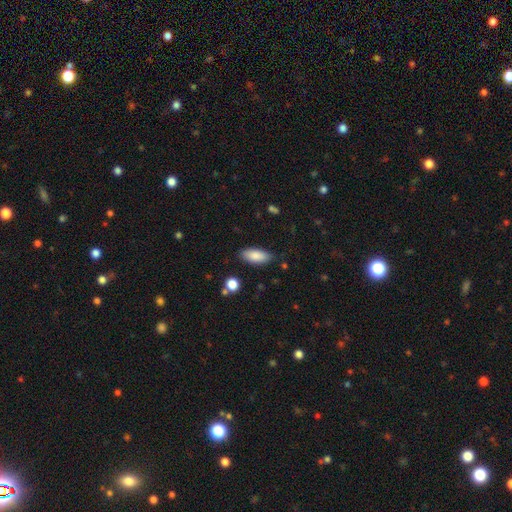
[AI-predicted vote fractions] A smooth galaxy with no disk features (86%) that is in between round and cigar-shaped (82%).

Vote fractions:
- Smooth or featured? smooth: 86% / featured or disk: 8% / star or artifact: 7%
- How rounded? in between: 82% / cigar-shaped: 16% / round: 2%
- Merging? none: 85% / minor disturbance: 11% / major disturbance: 3% / merger: 2%